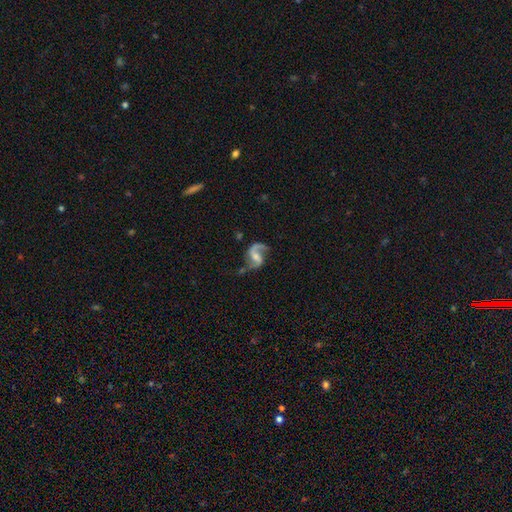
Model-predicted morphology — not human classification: featured or disk 89%, smooth 6%, star or artifact 5%. Down the decision tree: edge-on disk — no (98%); bar — weak (49%); spiral arms — yes (97%); spiral arm count — 2 (90%); spiral winding — loose (55%); bulge size — moderate (39%); merging — none (65%).